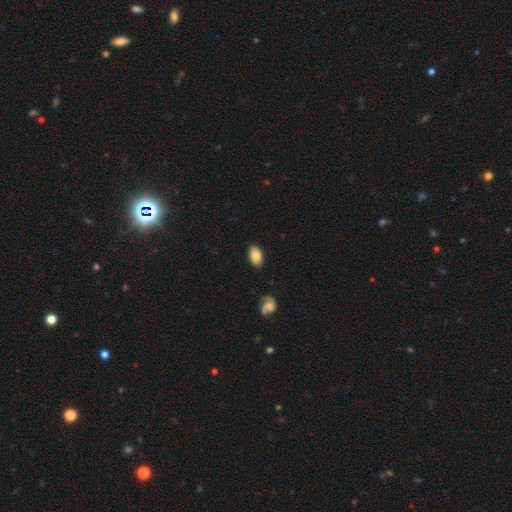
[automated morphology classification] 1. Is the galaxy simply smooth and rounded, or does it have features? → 80% smooth, 12% featured or disk, 7% star or artifact.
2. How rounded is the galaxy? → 92% in between, 7% round, 2% cigar-shaped.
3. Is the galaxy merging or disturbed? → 86% none, 10% minor disturbance, 3% major disturbance, 2% merger.